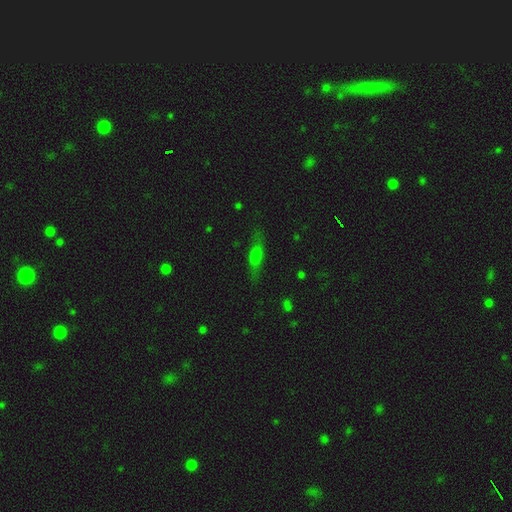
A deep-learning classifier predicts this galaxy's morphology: Overall: smooth (54%; featured or disk 34%). How rounded: cigar-shaped (50%; in between 44%). Merging: none (77%).